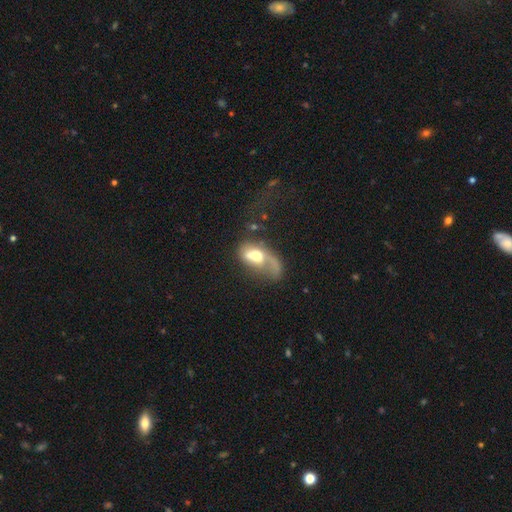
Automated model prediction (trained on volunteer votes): smooth_or_featured: smooth (p=0.48) [alt: featured or disk p=0.44]
merging: major disturbance (p=0.51) [alt: none p=0.21]